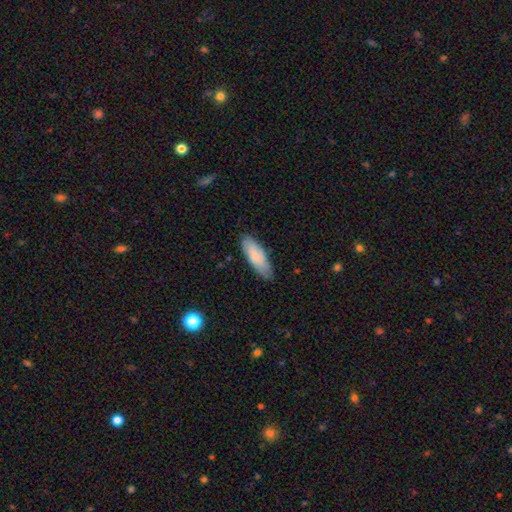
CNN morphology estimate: Smooth or featured?
  - smooth: 81% *
  - featured or disk: 13%
  - star or artifact: 6%
How rounded?
  - in between: 63% *
  - cigar-shaped: 36%
  - round: 2%
Merging?
  - none: 81% *
  - minor disturbance: 15%
  - major disturbance: 2%
  - merger: 1%